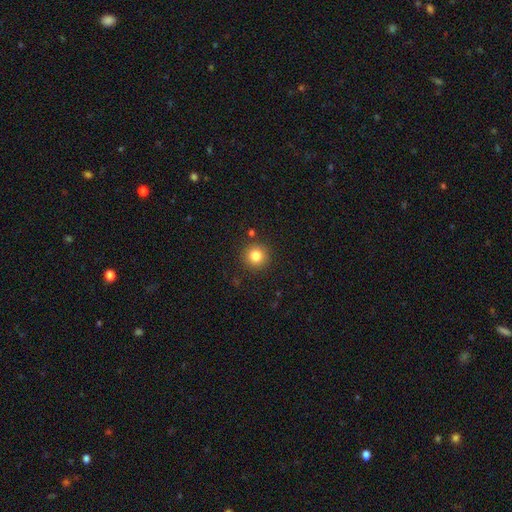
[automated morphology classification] smooth_or_featured: smooth (p=0.83) [alt: star or artifact p=0.11]
how_rounded: round (p=0.94) [alt: in between p=0.05]
merging: none (p=0.88) [alt: minor disturbance p=0.07]